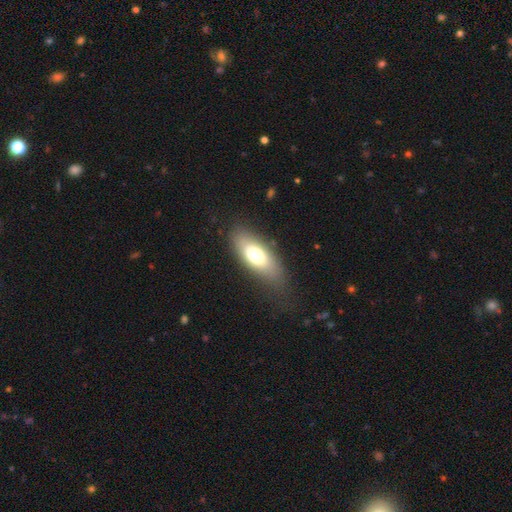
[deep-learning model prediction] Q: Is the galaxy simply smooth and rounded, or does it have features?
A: smooth — 70%.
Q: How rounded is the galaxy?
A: in between — 80%.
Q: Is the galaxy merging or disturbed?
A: none — 72%.